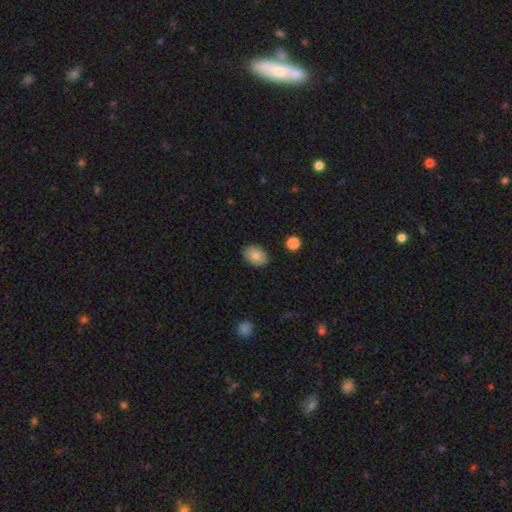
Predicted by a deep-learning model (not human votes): Smooth or featured? smooth (82%)
How rounded? in between (75%)
Merging? none (87%)